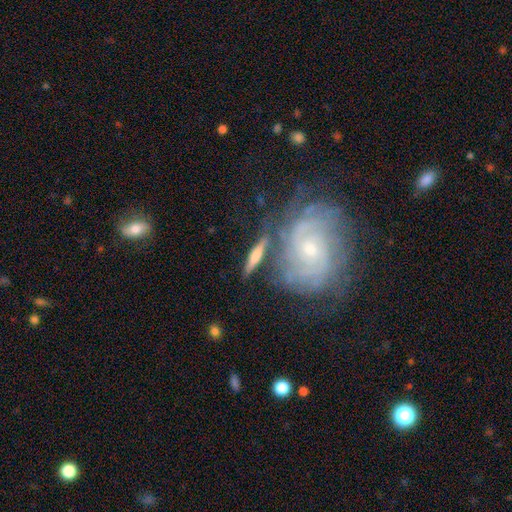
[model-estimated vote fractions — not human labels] smooth-or-featured: featured or disk: 53% | smooth: 40% | star or artifact: 7%
  disk-edge-on: yes: 66% | no: 34%
  merging: none: 62% | merger: 16% | minor disturbance: 15% | major disturbance: 6%